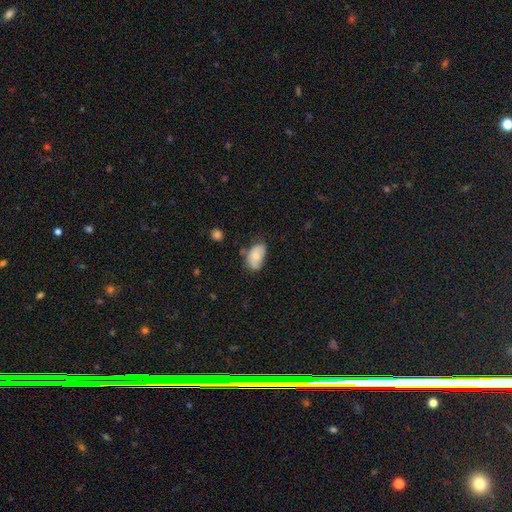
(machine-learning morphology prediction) Smooth or featured? smooth (69%)
How rounded? in between (89%)
Merging? none (49%)